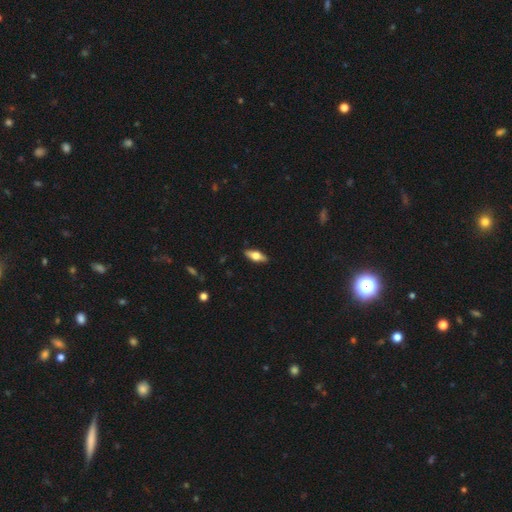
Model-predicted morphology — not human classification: type=smooth (51%); roundness=in between (68%); merging=none (89%).